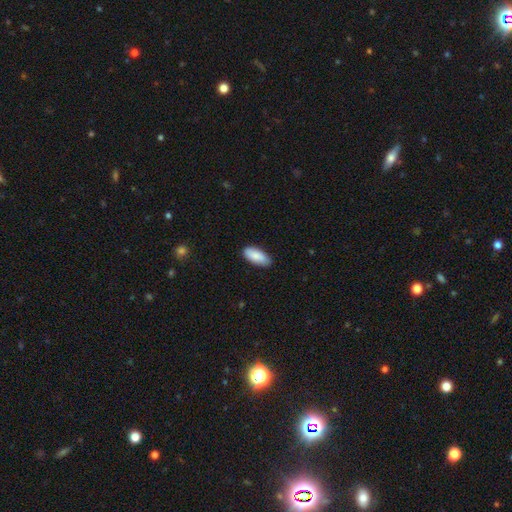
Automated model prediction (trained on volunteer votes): A smooth galaxy with no disk features (85%) that is in between round and cigar-shaped (87%). Merging: none (84%).